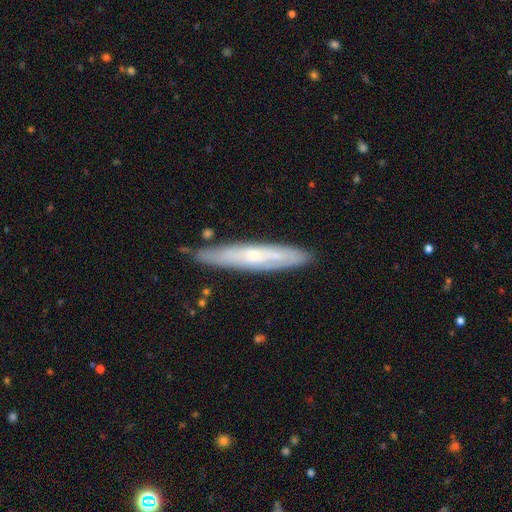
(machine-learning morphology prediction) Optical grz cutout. It shows a featured or disk galaxy (54%) viewed edge-on (69%). Merging: none (82%).